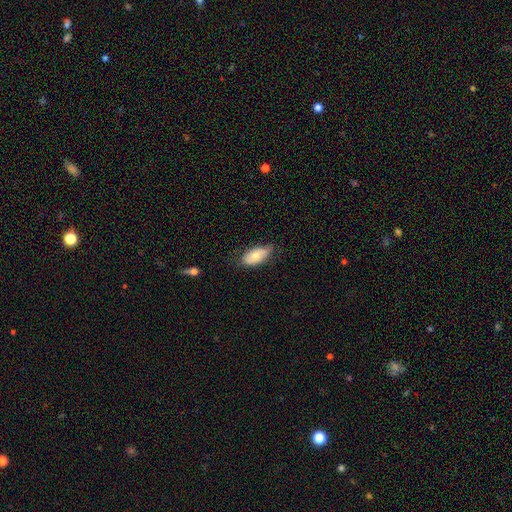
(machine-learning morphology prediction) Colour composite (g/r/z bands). It shows a smooth galaxy with no disk features (71%) that is in between round and cigar-shaped (90%). Merging: none (64%).